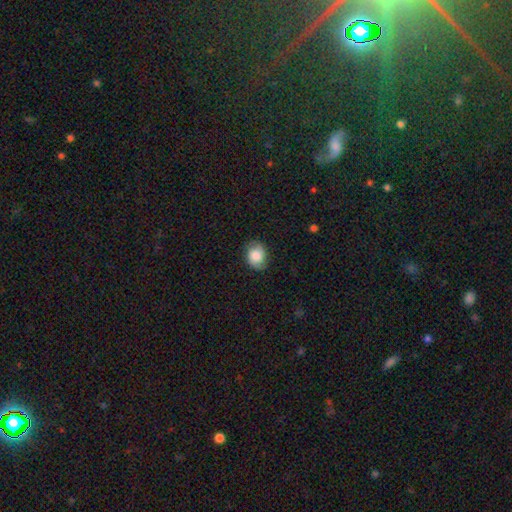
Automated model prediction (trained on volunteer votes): This is likely a smooth galaxy (69%). How rounded: possibly in between (51%). Merging: likely none (79%).